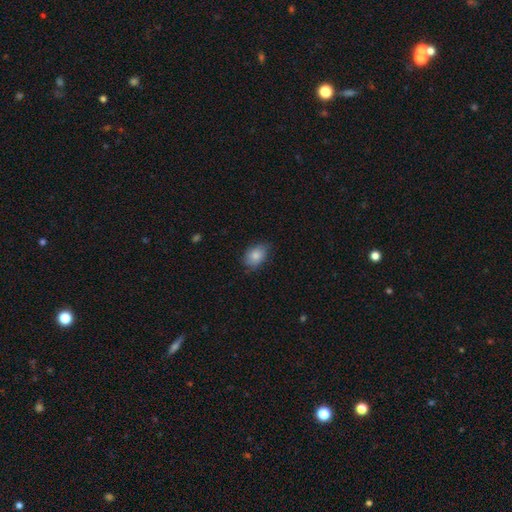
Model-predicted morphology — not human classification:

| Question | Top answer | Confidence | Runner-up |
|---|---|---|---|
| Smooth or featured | smooth | 81% | featured or disk (12%) |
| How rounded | in between | 81% | round (18%) |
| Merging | none | 70% | minor disturbance (24%) |